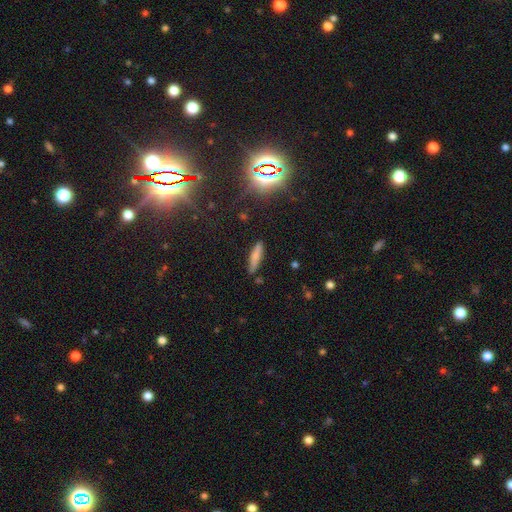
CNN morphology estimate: This is likely a smooth galaxy (72%). How rounded: clearly cigar-shaped (82%). Merging: clearly none (84%).